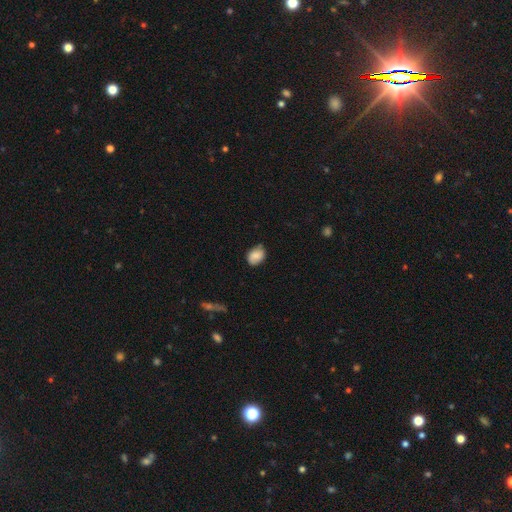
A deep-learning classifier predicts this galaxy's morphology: Smooth or featured? smooth (79%)
How rounded? in between (62%)
Merging? none (72%)